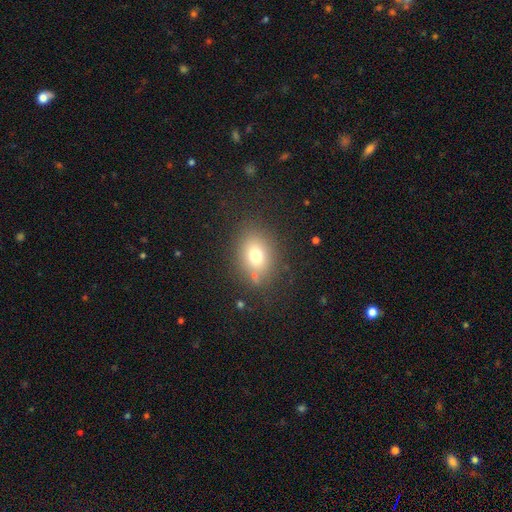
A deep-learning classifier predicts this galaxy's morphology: Overall: smooth (73%). How rounded: in between (58%; round 41%). Merging: none (78%).